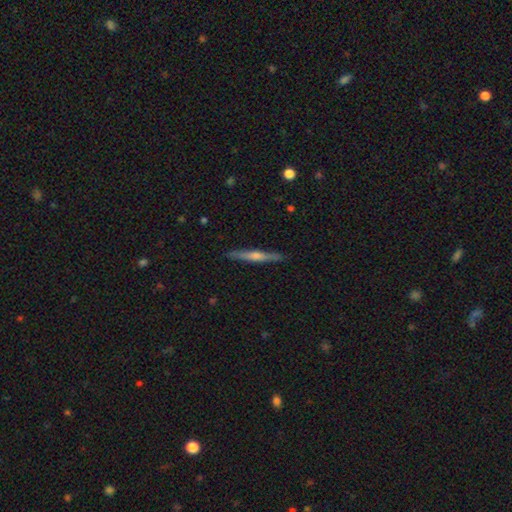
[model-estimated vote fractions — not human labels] The model was most divided on "smooth or featured": featured or disk: 71%, smooth: 22%, star or artifact: 7%. More confident: edge-on disk — yes (97%); merging — none (90%); edge-on bulge — rounded (83%).